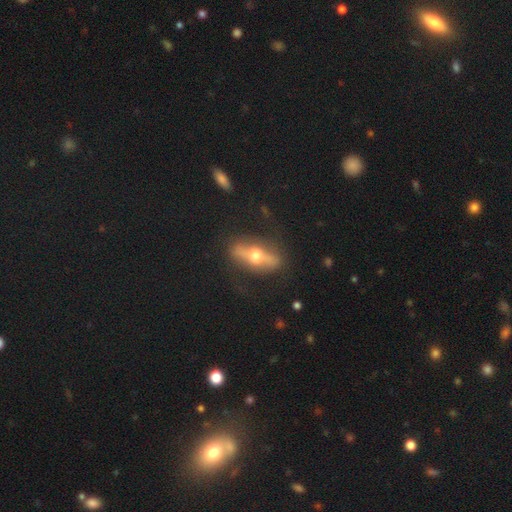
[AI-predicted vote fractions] featured or disk 66%, smooth 27%, star or artifact 7%. Down the decision tree: edge-on disk — yes (70%); merging — none (79%).